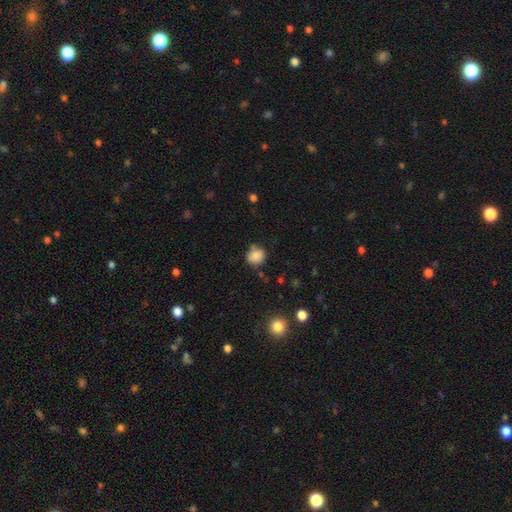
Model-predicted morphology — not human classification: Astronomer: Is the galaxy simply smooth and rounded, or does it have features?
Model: smooth — 84%.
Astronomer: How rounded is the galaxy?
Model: round — 78%.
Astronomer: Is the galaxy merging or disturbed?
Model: none — 67%.